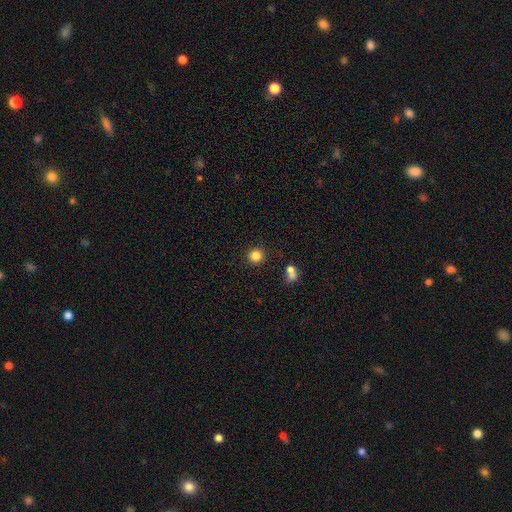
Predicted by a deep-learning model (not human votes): Smooth or featured: smooth — 84% (star or artifact — 11%)
How rounded: round — 94% (in between — 5%)
Merging: none — 88% (minor disturbance — 6%)